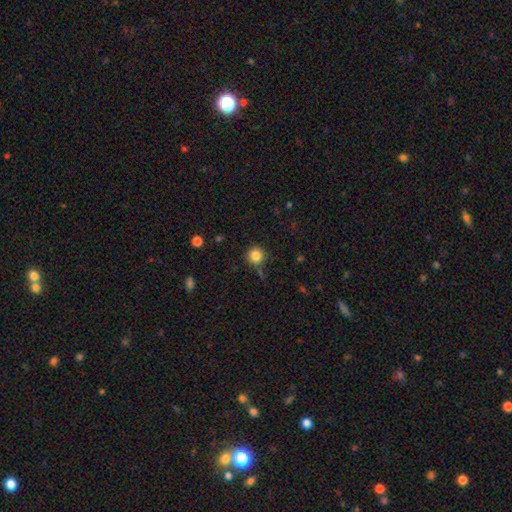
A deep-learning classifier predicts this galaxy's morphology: A smooth galaxy with no disk features (83%) that is round (93%). Merging: none (81%).